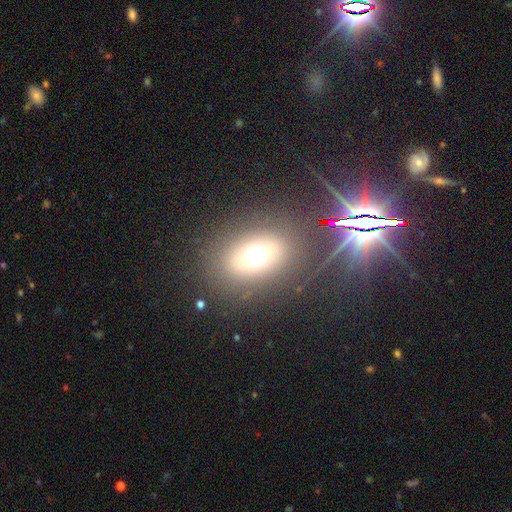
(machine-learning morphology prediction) Smooth or featured? Predicted: smooth (p=0.57). How rounded? Predicted: in between (p=0.55). Merging? Predicted: none (p=0.82).